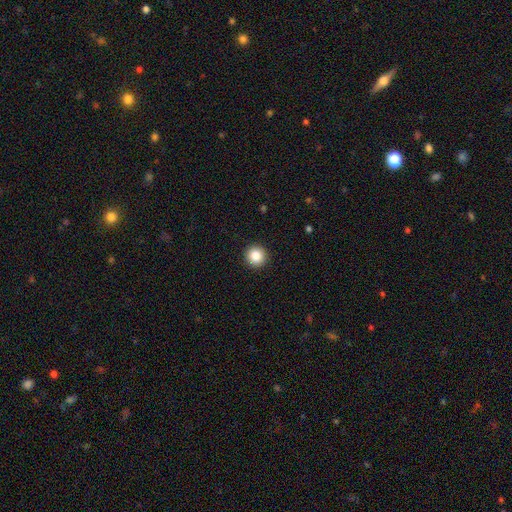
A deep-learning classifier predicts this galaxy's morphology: A smooth galaxy with no disk features (86%) that is round (96%).

Vote fractions:
- Smooth or featured? smooth: 86% / star or artifact: 10% / featured or disk: 5%
- How rounded? round: 96% / in between: 3% / cigar-shaped: 1%
- Merging? none: 93% / minor disturbance: 4% / major disturbance: 1% / merger: 1%